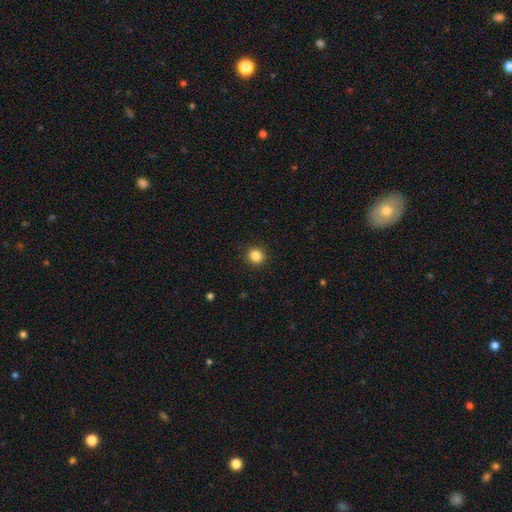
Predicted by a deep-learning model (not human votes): smooth-or-featured: smooth: 85% | star or artifact: 11% | featured or disk: 4%
  how-rounded: round: 92% | in between: 7% | cigar-shaped: 1%
  merging: none: 92% | minor disturbance: 5% | major disturbance: 2% | merger: 1%